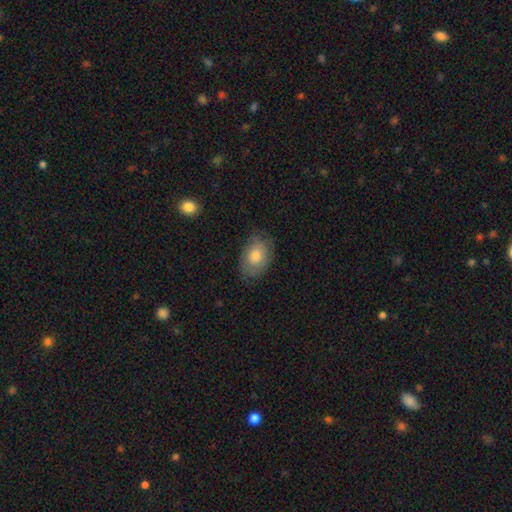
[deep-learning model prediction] Smooth or featured: smooth — 68% (featured or disk — 25%)
How rounded: in between — 83% (round — 16%)
Merging: none — 74% (minor disturbance — 20%)